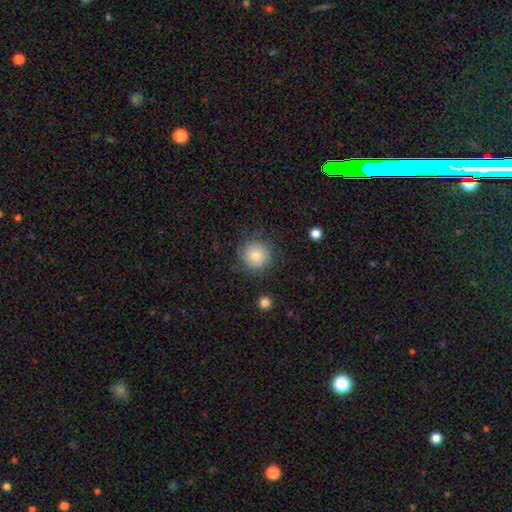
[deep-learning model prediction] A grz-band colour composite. It shows a smooth galaxy with no disk features (81%) that is round (93%). Merging: none (84%).